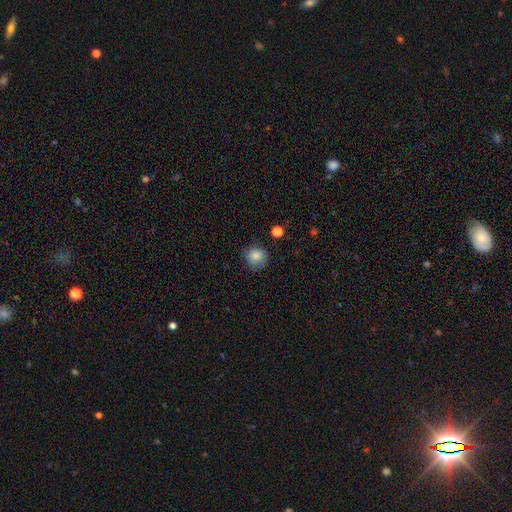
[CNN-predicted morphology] smooth_or_featured: smooth (p=0.84) [alt: star or artifact p=0.10]
how_rounded: round (p=0.86) [alt: in between p=0.13]
merging: none (p=0.77) [alt: minor disturbance p=0.17]